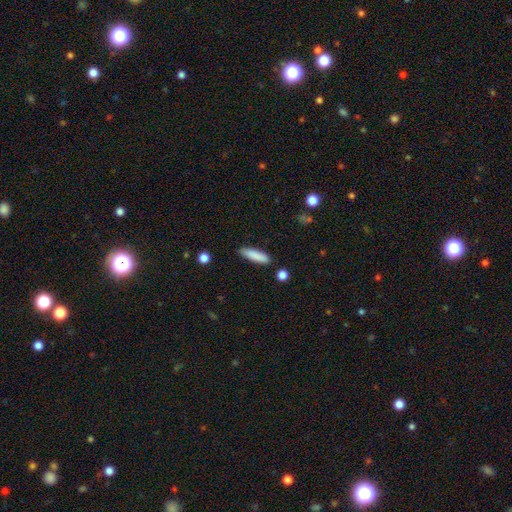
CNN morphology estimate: Smooth or featured? smooth (86%)
How rounded? cigar-shaped (73%)
Merging? none (86%)